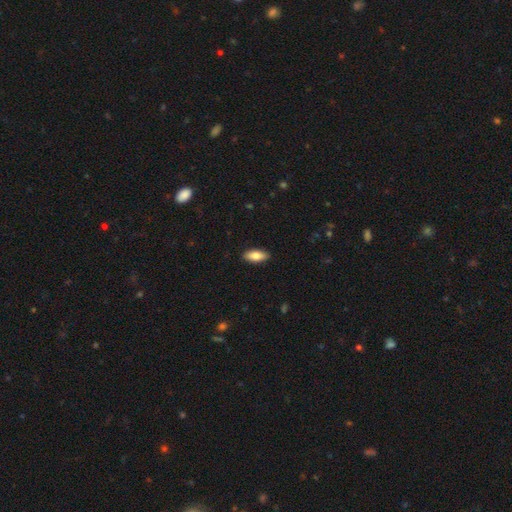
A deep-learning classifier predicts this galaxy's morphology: Smooth or featured?
  - smooth: 81% *
  - featured or disk: 13%
  - star or artifact: 6%
How rounded?
  - in between: 81% *
  - cigar-shaped: 16%
  - round: 2%
Merging?
  - none: 90% *
  - minor disturbance: 8%
  - major disturbance: 2%
  - merger: 1%